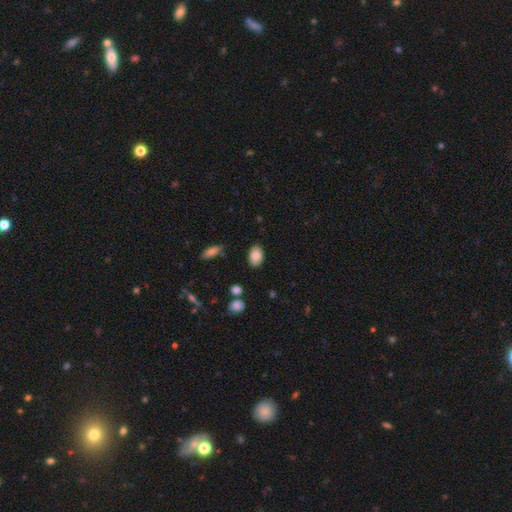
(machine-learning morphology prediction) smooth 87%, star or artifact 8%, featured or disk 6%. Down the decision tree: how rounded — in between (86%); merging — none (84%).